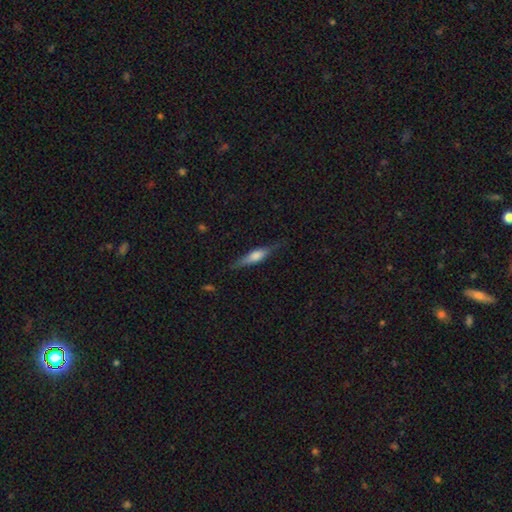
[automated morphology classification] type=featured or disk (52%); edge-on=yes (95%); merging=none (81%).